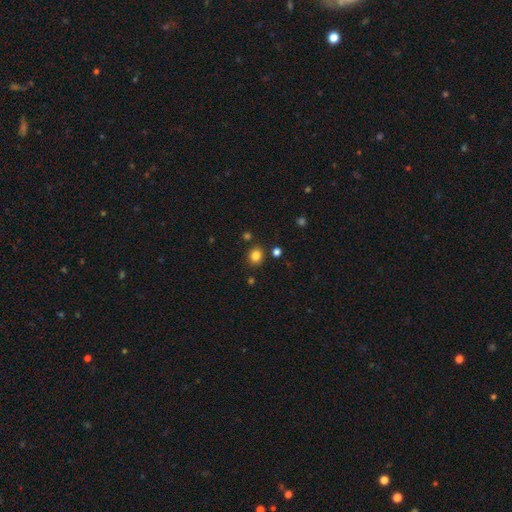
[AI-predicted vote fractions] smooth-or-featured: smooth: 82% | star or artifact: 13% | featured or disk: 5%
  how-rounded: round: 82% | in between: 17% | cigar-shaped: 1%
  merging: none: 86% | minor disturbance: 7% | merger: 4% | major disturbance: 2%